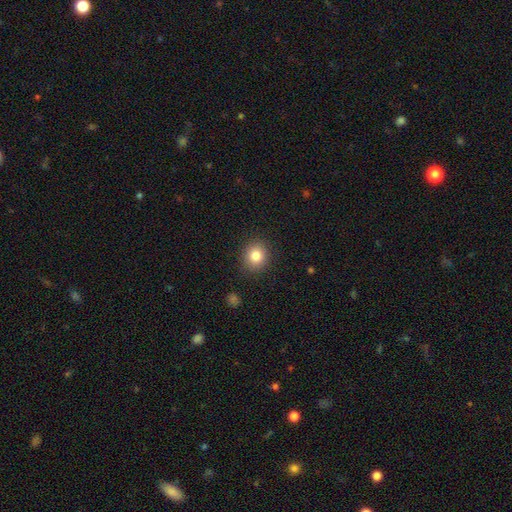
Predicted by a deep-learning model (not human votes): Smooth or featured?
  - smooth: 83% *
  - star or artifact: 10%
  - featured or disk: 7%
How rounded?
  - round: 74% *
  - in between: 25%
  - cigar-shaped: 1%
Merging?
  - none: 88% *
  - minor disturbance: 8%
  - major disturbance: 3%
  - merger: 1%